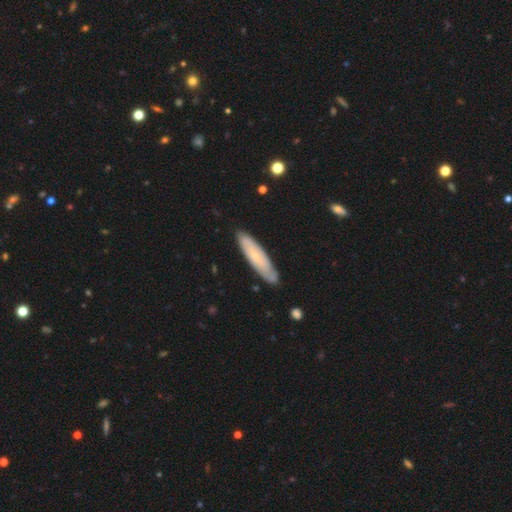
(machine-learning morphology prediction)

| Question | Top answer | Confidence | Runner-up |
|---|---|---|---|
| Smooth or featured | smooth | 54% | featured or disk (40%) |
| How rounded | cigar-shaped | 73% | in between (26%) |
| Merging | none | 81% | minor disturbance (15%) |